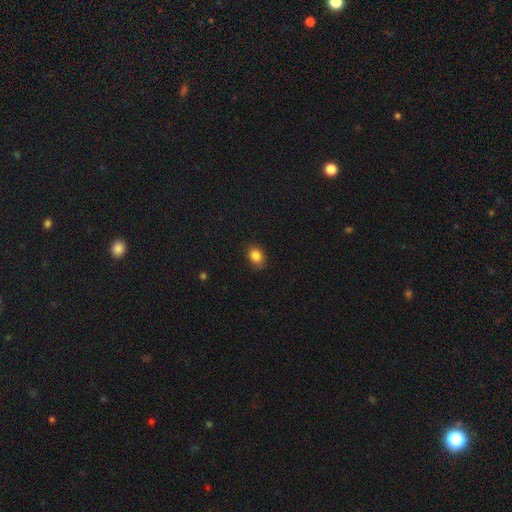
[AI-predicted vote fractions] Q: Smooth or featured?
A: smooth (85%); runner-up: star or artifact (10%)
Q: How rounded?
A: in between (61%); runner-up: round (38%)
Q: Merging?
A: none (80%); runner-up: minor disturbance (16%)